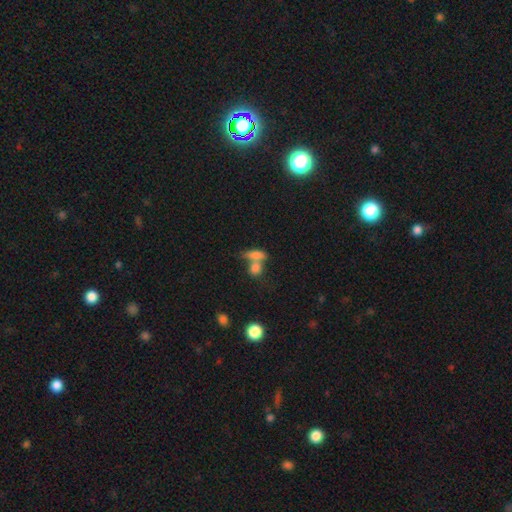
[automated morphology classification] Q: Smooth or featured?
A: smooth (75%); runner-up: featured or disk (15%)
Q: How rounded?
A: in between (63%); runner-up: cigar-shaped (23%)
Q: Merging?
A: merger (53%); runner-up: none (32%)